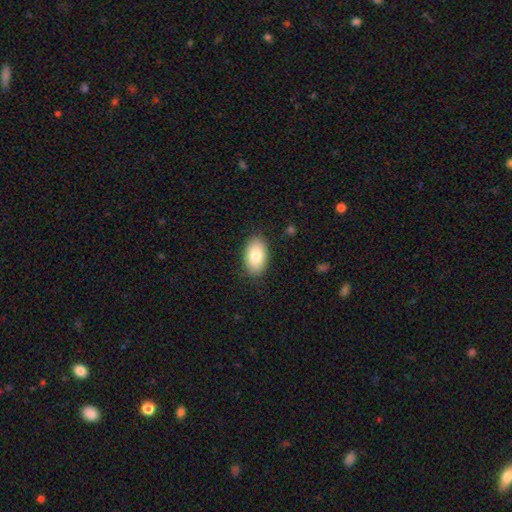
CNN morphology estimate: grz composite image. It shows a smooth galaxy with no disk features (82%) that is in between round and cigar-shaped (93%). Merging: none (87%).